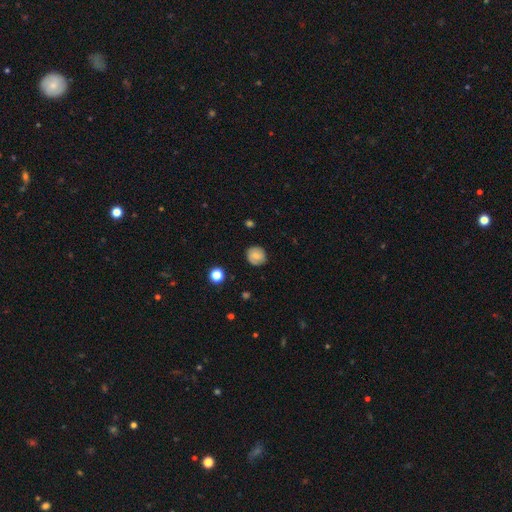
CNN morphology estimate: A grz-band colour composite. It shows a smooth galaxy with no disk features (73%) that is round (85%). Merging: none (83%).